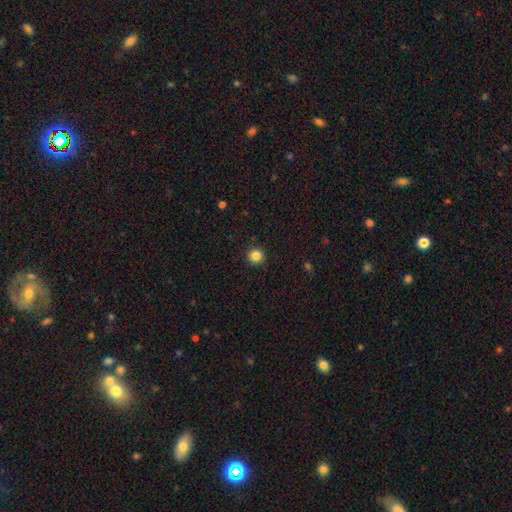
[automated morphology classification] Smooth or featured? Predicted: smooth (p=0.84). How rounded? Predicted: round (p=0.94). Merging? Predicted: none (p=0.92).